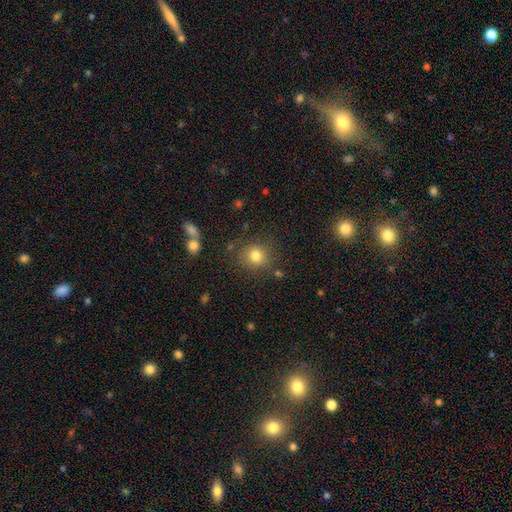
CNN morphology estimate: A smooth galaxy with no disk features (80%) that is round (87%).

Vote fractions:
- Smooth or featured? smooth: 80% / star or artifact: 12% / featured or disk: 7%
- How rounded? round: 87% / in between: 12% / cigar-shaped: 1%
- Merging? none: 82% / minor disturbance: 10% / merger: 4% / major disturbance: 4%